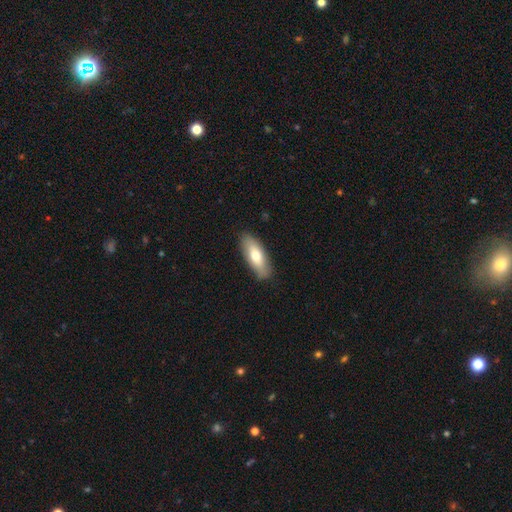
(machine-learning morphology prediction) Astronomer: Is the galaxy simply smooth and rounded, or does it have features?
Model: smooth — 69%.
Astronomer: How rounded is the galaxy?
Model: in between — 71%.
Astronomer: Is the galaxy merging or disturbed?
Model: none — 87%.